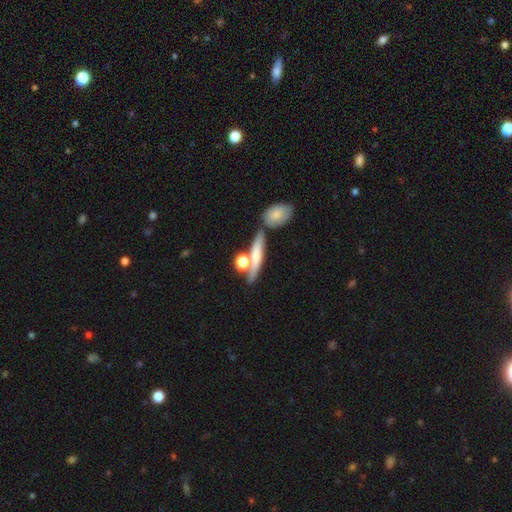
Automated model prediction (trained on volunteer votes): The model was most divided on "smooth or featured": smooth: 56%, featured or disk: 34%, star or artifact: 9%. More confident: how rounded — cigar-shaped (62%); merging — none (57%).